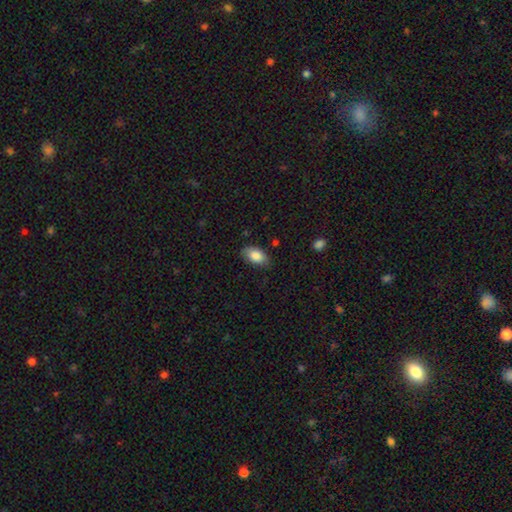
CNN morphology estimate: Smooth or featured: smooth — 85% (featured or disk — 8%)
How rounded: in between — 93% (round — 5%)
Merging: none — 80% (minor disturbance — 16%)